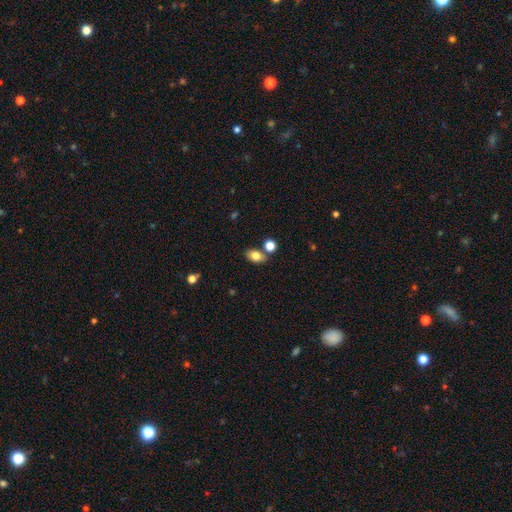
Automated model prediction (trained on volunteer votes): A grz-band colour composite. It shows a smooth galaxy with no disk features (80%) that is in between round and cigar-shaped (83%). Merging: none (71%).